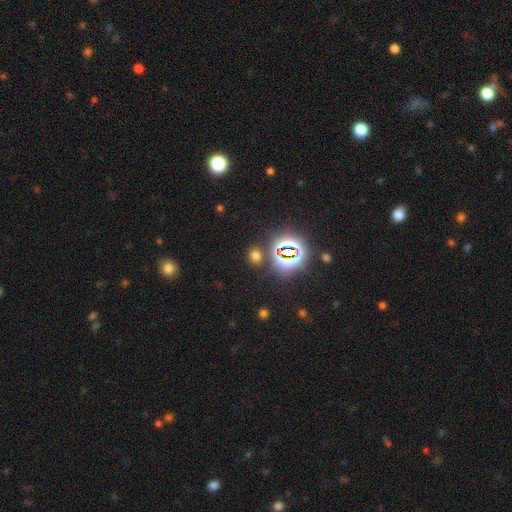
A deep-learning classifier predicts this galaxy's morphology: This appears to be a smooth galaxy with no disk features (57%) that is round (59%). Merging: none (82%).